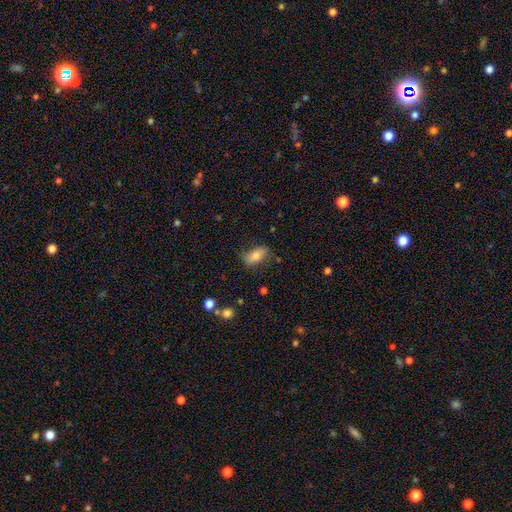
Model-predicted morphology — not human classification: A smooth galaxy with no disk features (76%) that is in between round and cigar-shaped (89%).

Vote fractions:
- Smooth or featured? smooth: 76% / featured or disk: 16% / star or artifact: 8%
- How rounded? in between: 89% / cigar-shaped: 6% / round: 5%
- Merging? none: 74% / minor disturbance: 19% / major disturbance: 5% / merger: 2%